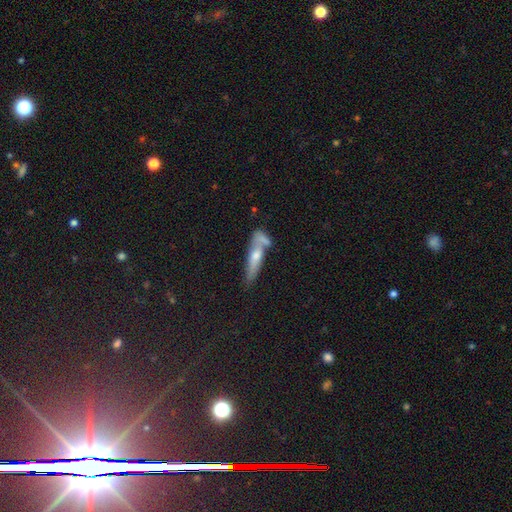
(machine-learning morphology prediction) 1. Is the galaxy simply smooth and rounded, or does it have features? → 49% smooth, 42% featured or disk, 9% star or artifact.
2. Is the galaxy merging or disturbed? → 46% none, 29% merger, 17% minor disturbance, 8% major disturbance.